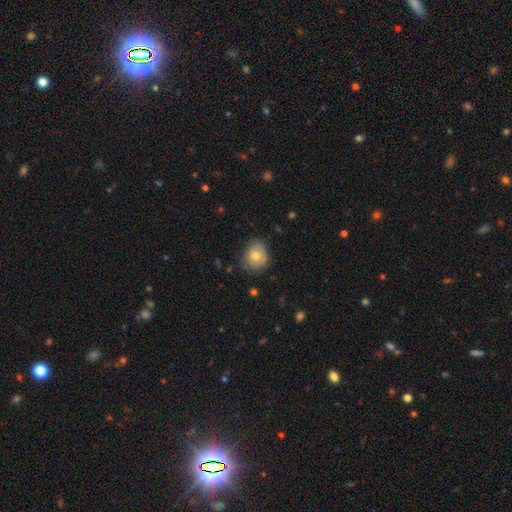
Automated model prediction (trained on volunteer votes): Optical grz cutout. It shows a smooth galaxy with no disk features (69%) that is round (66%). Merging: none (67%).